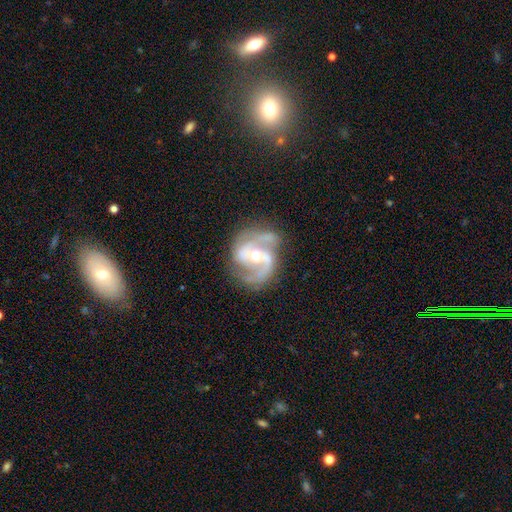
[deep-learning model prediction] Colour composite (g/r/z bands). It shows a featured or disk galaxy (90%) with a weak bar (39%), 2 (76%) medium (58%) spiral arms (97%) and a moderate central bulge (52%). Merging: none (69%).